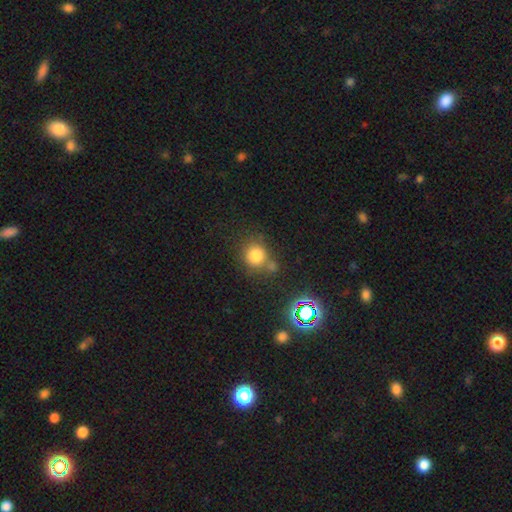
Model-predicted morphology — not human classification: Q: Smooth or featured?
A: smooth (79%); runner-up: star or artifact (14%)
Q: How rounded?
A: round (86%); runner-up: in between (13%)
Q: Merging?
A: none (62%); runner-up: merger (18%)